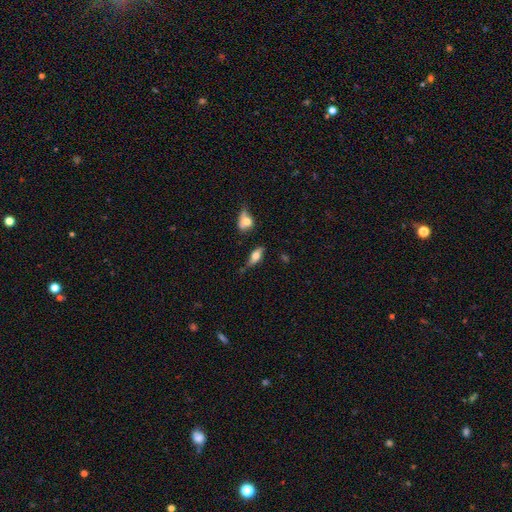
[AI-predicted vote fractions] Q: Smooth or featured?
A: smooth (59%); runner-up: featured or disk (33%)
Q: How rounded?
A: in between (72%); runner-up: cigar-shaped (22%)
Q: Merging?
A: none (51%); runner-up: minor disturbance (29%)